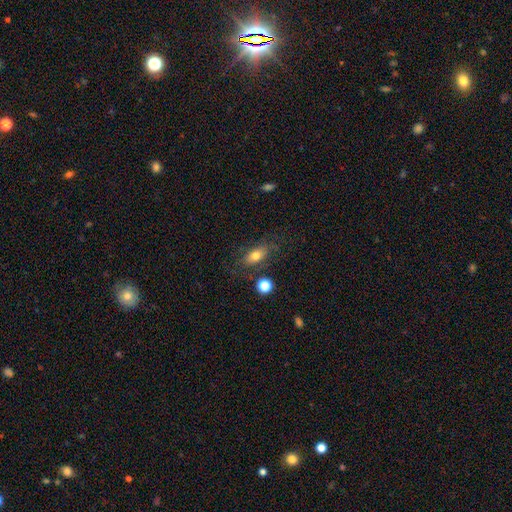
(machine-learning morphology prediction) Smooth or featured? Predicted: smooth (p=0.71). How rounded? Predicted: in between (p=0.83). Merging? Predicted: none (p=0.70).